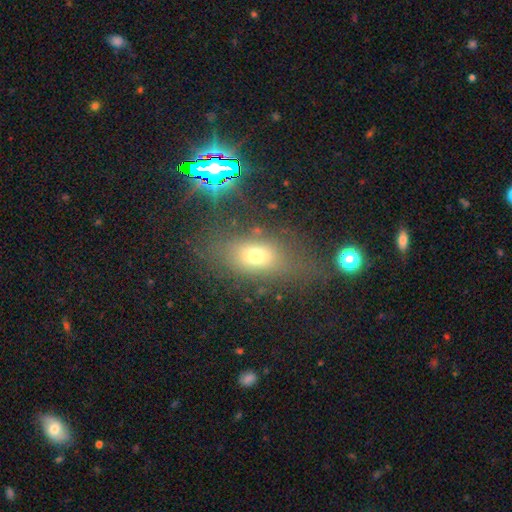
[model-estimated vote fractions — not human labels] Overall: smooth (62%). How rounded: in between (74%). Merging: none (66%).